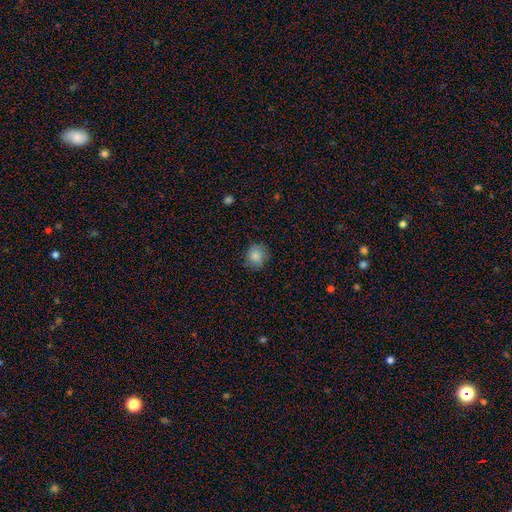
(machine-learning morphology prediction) This is clearly a smooth galaxy (84%). How rounded: clearly round (81%). Merging: clearly none (81%).